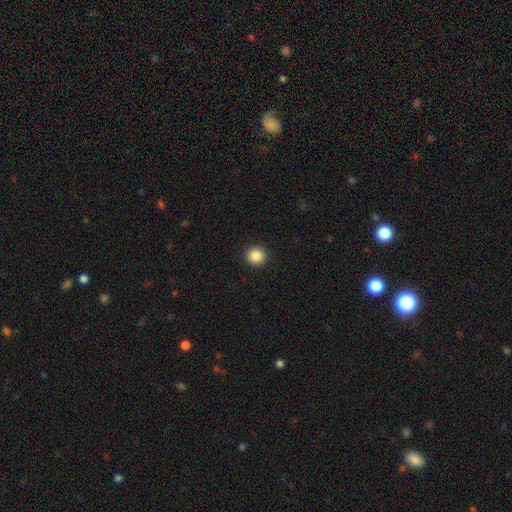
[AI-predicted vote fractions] Smooth or featured? Predicted: smooth (p=0.86). How rounded? Predicted: round (p=0.94). Merging? Predicted: none (p=0.93).